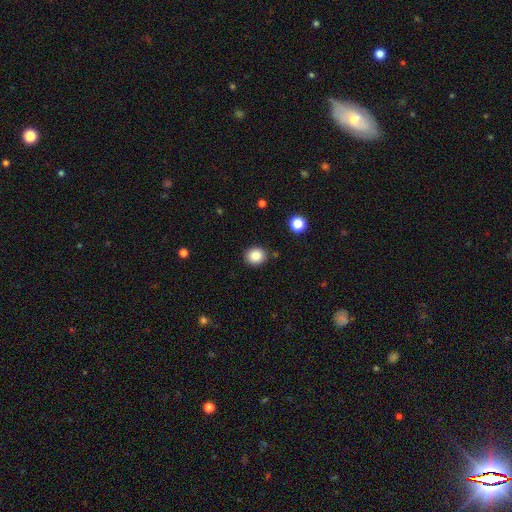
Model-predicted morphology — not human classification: smooth_or_featured: smooth (p=0.85) [alt: star or artifact p=0.10]
how_rounded: round (p=0.81) [alt: in between p=0.18]
merging: none (p=0.88) [alt: minor disturbance p=0.07]